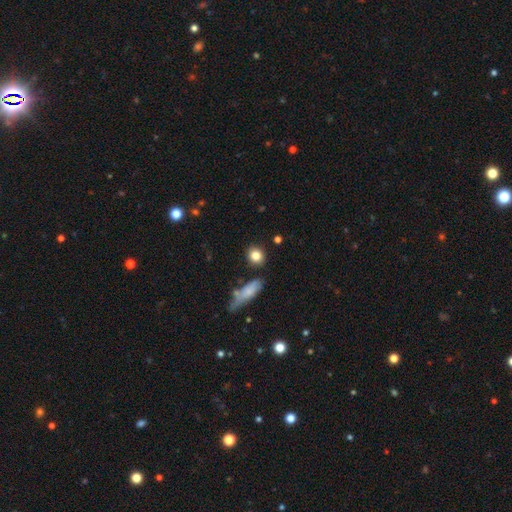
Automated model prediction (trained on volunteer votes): A smooth galaxy with no disk features (83%) that is round (72%). Merging: none (81%).